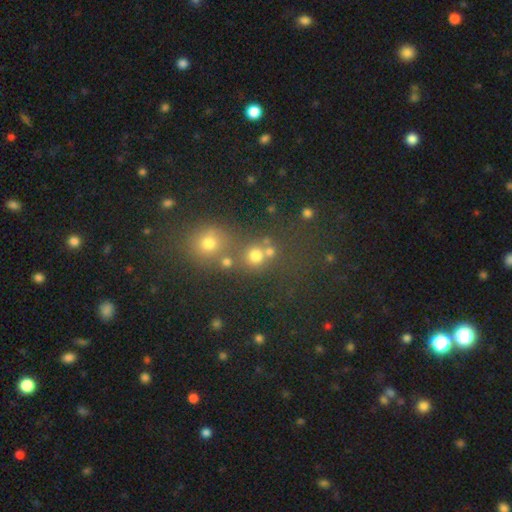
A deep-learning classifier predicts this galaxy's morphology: This is likely a smooth galaxy (73%). How rounded: clearly round (87%). Merging: possibly none (59%).